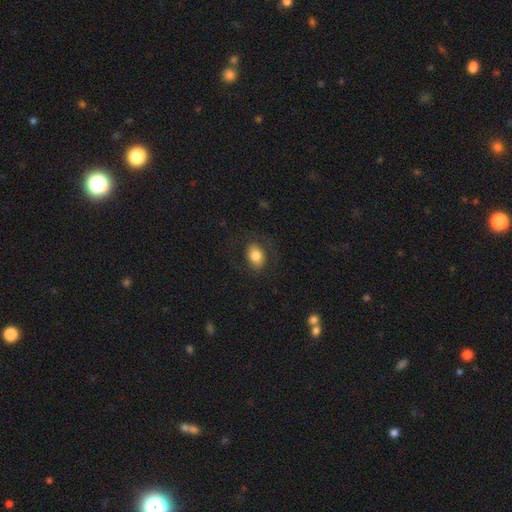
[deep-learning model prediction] The model was most divided on "how rounded": in between: 72%, round: 26%, cigar-shaped: 1%. More confident: smooth or featured — smooth (75%); merging — none (75%).